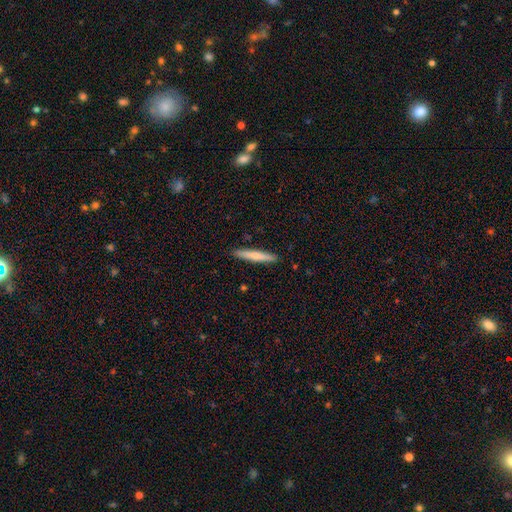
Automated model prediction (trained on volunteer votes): smooth 69%, featured or disk 26%, star or artifact 5%. Down the decision tree: how rounded — cigar-shaped (94%); merging — none (91%).